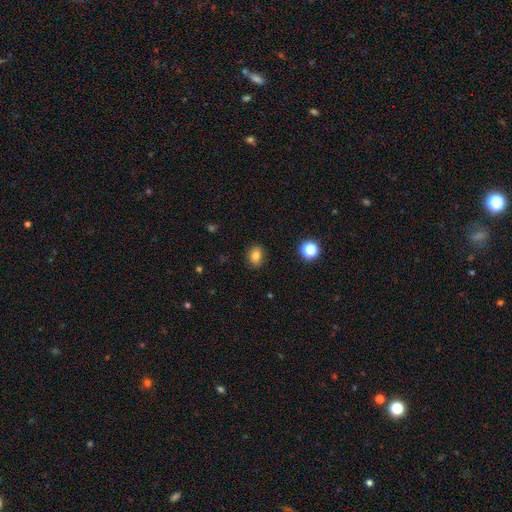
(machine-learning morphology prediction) This appears to be a smooth galaxy with no disk features (80%) that is in between round and cigar-shaped (63%). Merging: none (88%).